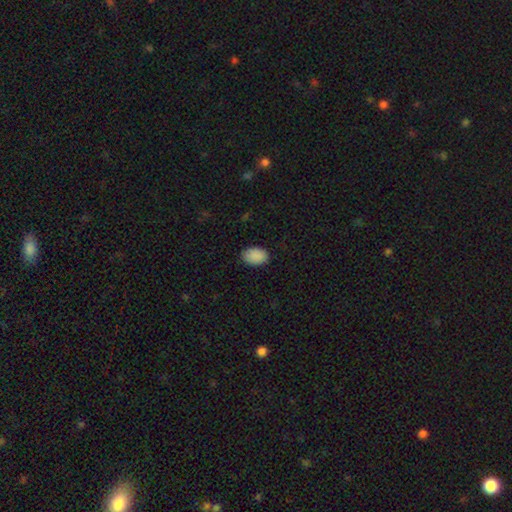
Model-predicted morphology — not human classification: smooth 90%, star or artifact 7%, featured or disk 3%. Down the decision tree: how rounded — in between (86%); merging — none (84%).